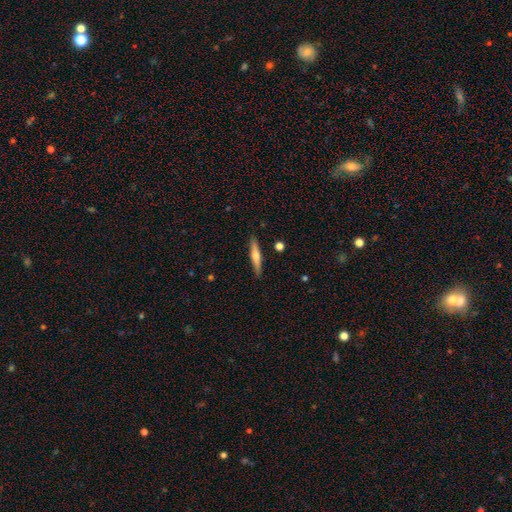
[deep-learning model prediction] This is possibly a smooth galaxy (49%). Merging: clearly none (89%).